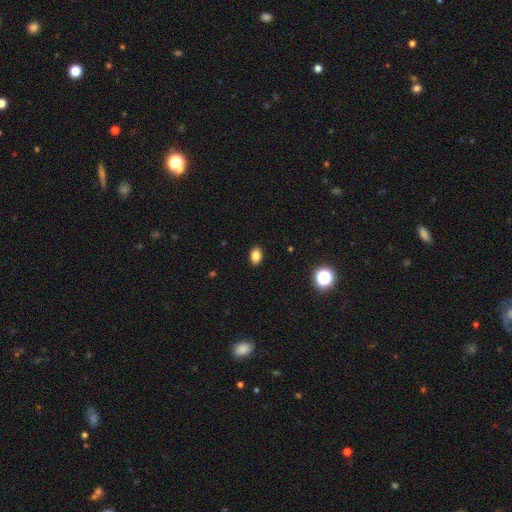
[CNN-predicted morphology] A smooth galaxy with no disk features (84%) that is in between round and cigar-shaped (81%). Merging: none (90%).